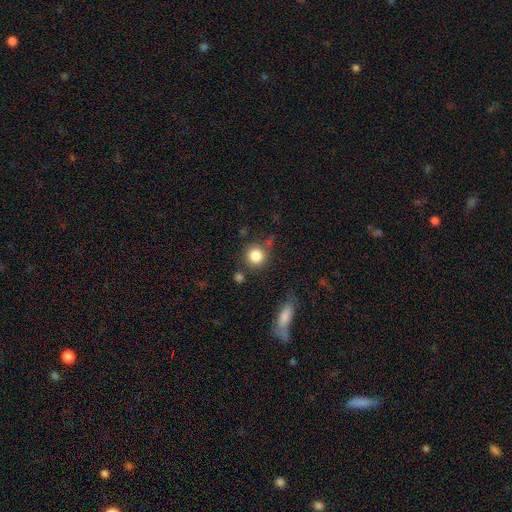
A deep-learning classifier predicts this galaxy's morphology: A smooth galaxy with no disk features (85%) that is round (91%).

Vote fractions:
- Smooth or featured? smooth: 85% / star or artifact: 10% / featured or disk: 6%
- How rounded? round: 91% / in between: 8% / cigar-shaped: 1%
- Merging? none: 76% / minor disturbance: 12% / merger: 8% / major disturbance: 4%